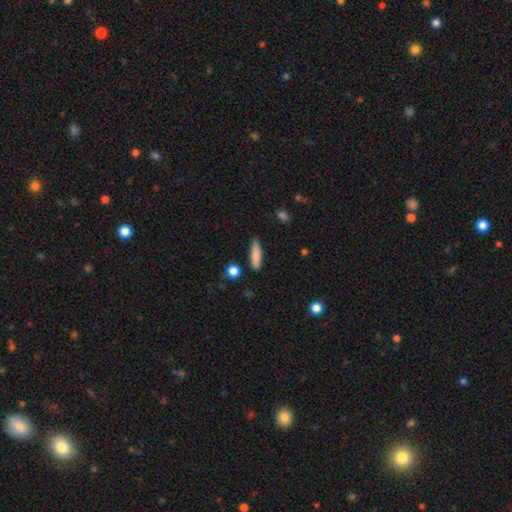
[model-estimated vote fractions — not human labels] Morphology: type=smooth (84%); roundness=cigar-shaped (61%); merging=none (83%).